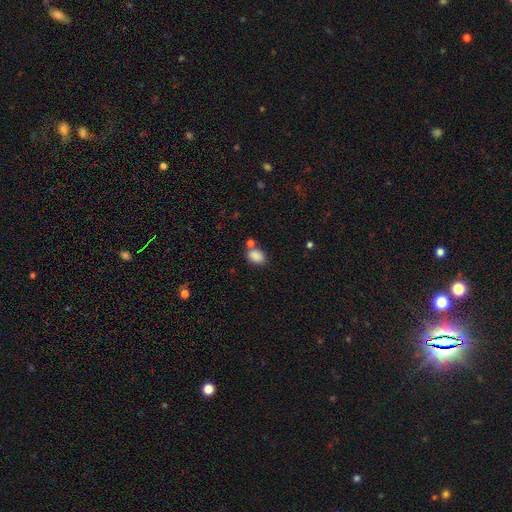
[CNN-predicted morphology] type=smooth (86%); roundness=in between (75%); merging=none (63%).